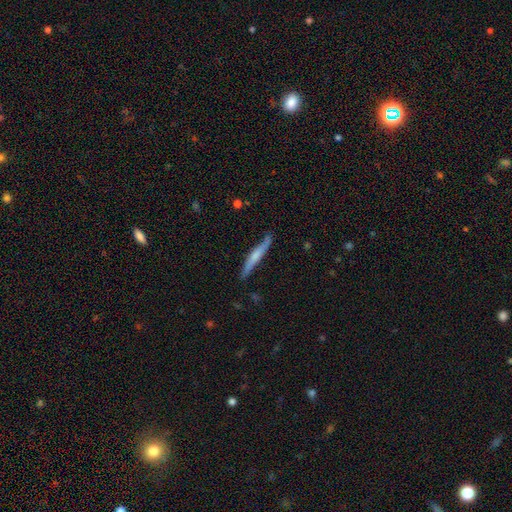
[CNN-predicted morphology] featured or disk 54%, smooth 40%, star or artifact 6%. Down the decision tree: edge-on disk — yes (92%); merging — none (78%).